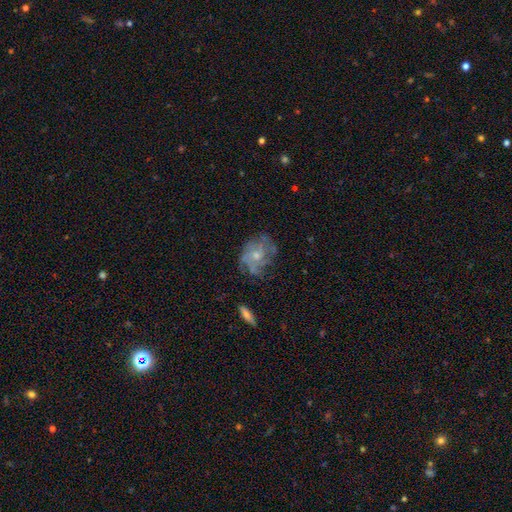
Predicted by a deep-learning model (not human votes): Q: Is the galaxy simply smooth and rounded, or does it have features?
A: featured or disk — 66%.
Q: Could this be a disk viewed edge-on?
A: no — 97%.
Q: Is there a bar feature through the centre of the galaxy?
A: no — 82%.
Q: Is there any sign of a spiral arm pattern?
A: yes — 76%.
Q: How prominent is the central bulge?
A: small — 58%.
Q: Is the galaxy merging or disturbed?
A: none — 61%.